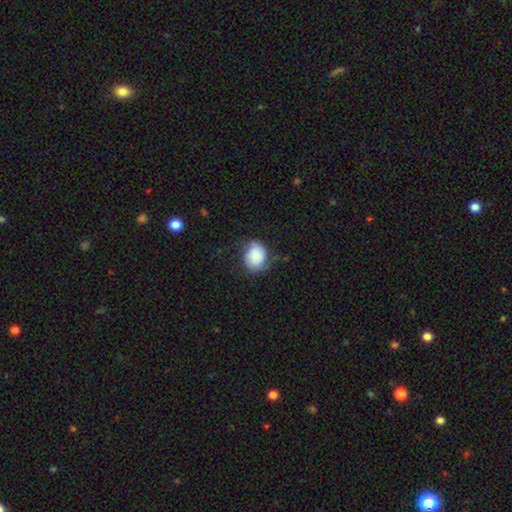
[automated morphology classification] type=smooth (77%); roundness=round (51%); merging=none (57%).